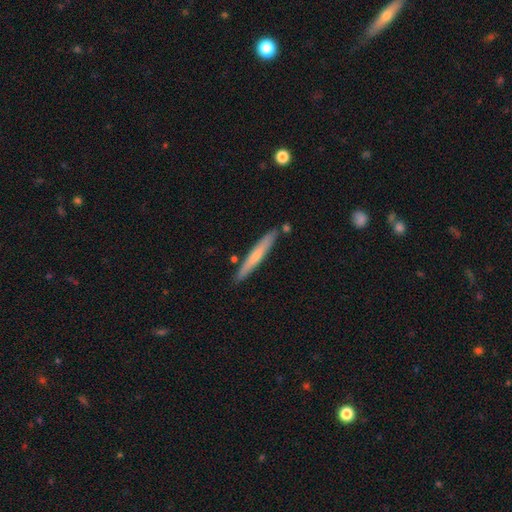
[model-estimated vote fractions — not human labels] This appears to be a smooth galaxy with no disk features (56%) that is cigar-shaped (96%). Merging: none (85%).